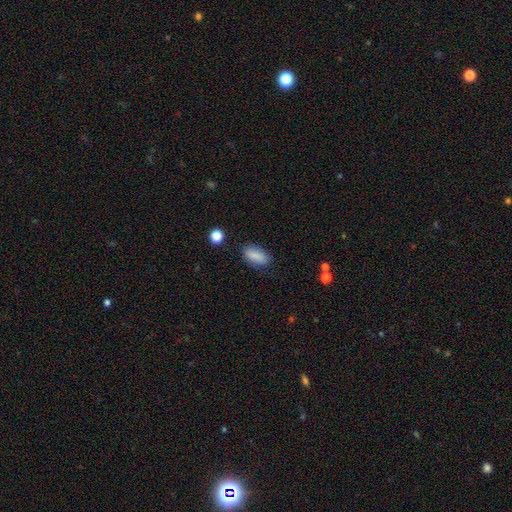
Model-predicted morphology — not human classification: A smooth galaxy with no disk features (86%) that is in between round and cigar-shaped (87%).

Vote fractions:
- Smooth or featured? smooth: 86% / star or artifact: 8% / featured or disk: 7%
- How rounded? in between: 87% / cigar-shaped: 9% / round: 4%
- Merging? none: 79% / minor disturbance: 15% / major disturbance: 4% / merger: 2%